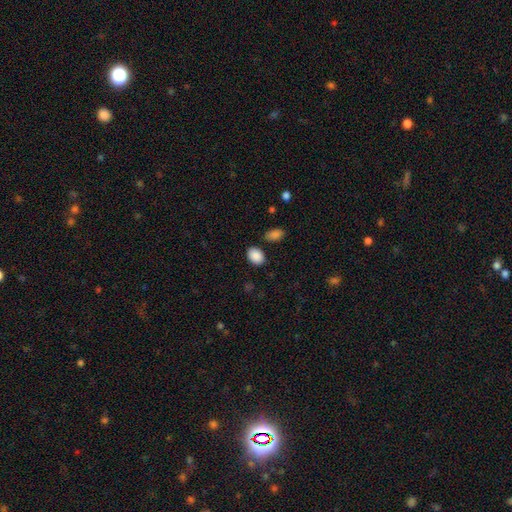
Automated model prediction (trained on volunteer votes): Overall: smooth (89%). How rounded: in between (73%). Merging: none (83%).